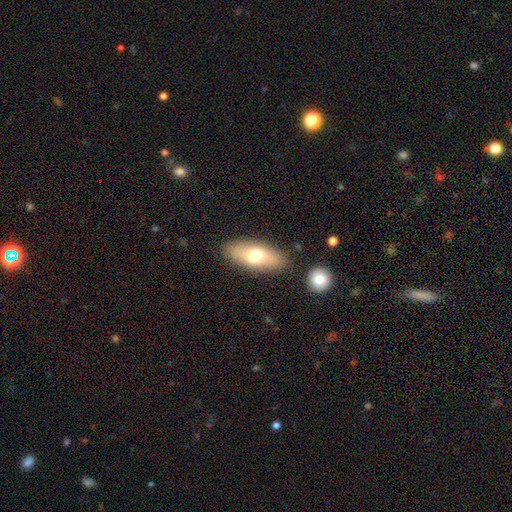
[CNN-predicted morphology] Smooth or featured? Predicted: smooth (p=0.67). How rounded? Predicted: in between (p=0.79). Merging? Predicted: none (p=0.84).